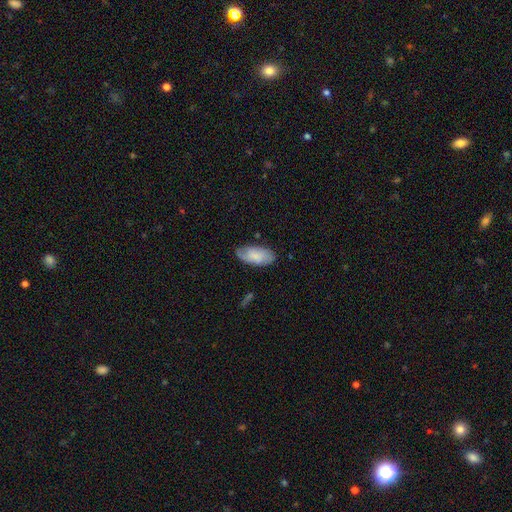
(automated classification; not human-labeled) This is likely a smooth galaxy (71%). How rounded: clearly in between (93%). Merging: likely none (73%).